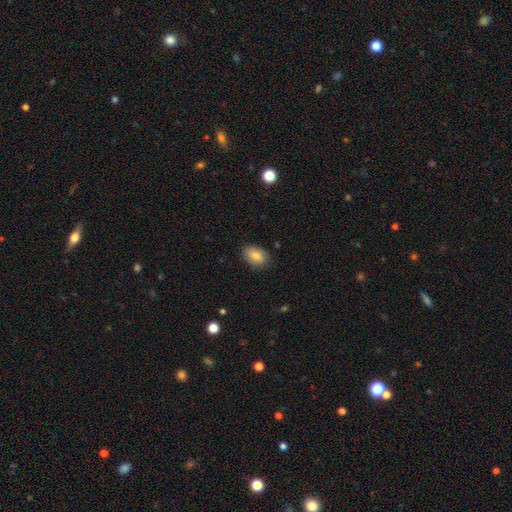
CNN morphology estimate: Overall: smooth (84%). How rounded: in between (84%). Merging: none (83%).